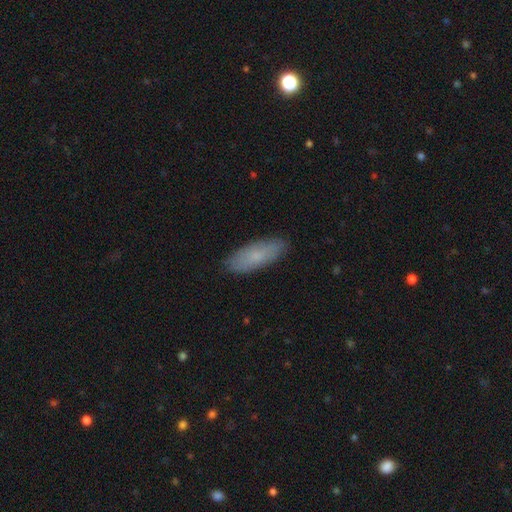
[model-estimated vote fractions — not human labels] smooth 75%, featured or disk 18%, star or artifact 7%. Down the decision tree: how rounded — in between (65%); merging — none (87%).